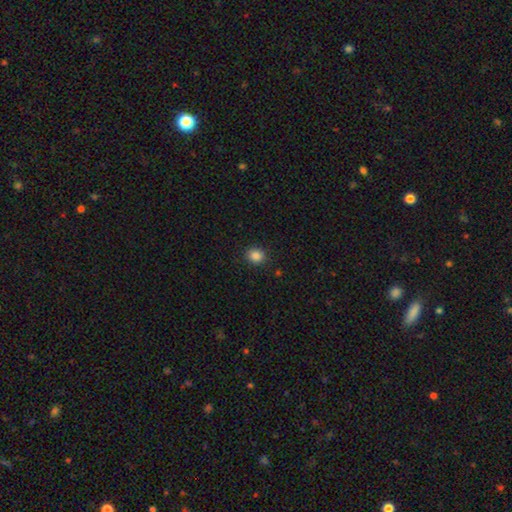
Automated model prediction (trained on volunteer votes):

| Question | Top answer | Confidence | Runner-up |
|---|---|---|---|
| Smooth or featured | smooth | 86% | star or artifact (11%) |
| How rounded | round | 74% | in between (25%) |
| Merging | none | 89% | minor disturbance (8%) |